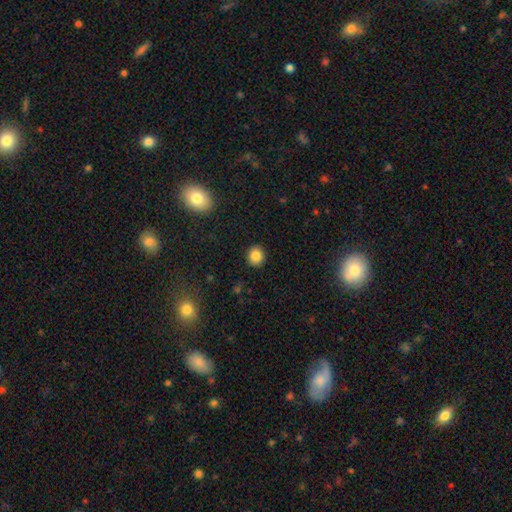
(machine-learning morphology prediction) The model was most divided on "how rounded": round: 83%, in between: 16%, cigar-shaped: 1%. More confident: merging — none (90%); smooth or featured — smooth (85%).